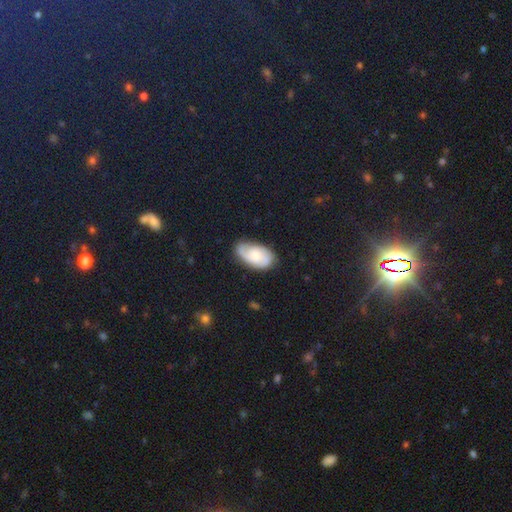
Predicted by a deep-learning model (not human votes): Smooth or featured?
  - featured or disk: 52% *
  - smooth: 41%
  - star or artifact: 7%
Edge-on disk?
  - no: 95% *
  - yes: 5%
Bar?
  - no: 68% *
  - weak: 28%
  - strong: 4%
Spiral arms?
  - yes: 88% *
  - no: 12%
Bulge size?
  - small: 43% *
  - moderate: 38%
  - large: 8%
  - none: 8%
  - dominant: 2%
Merging?
  - none: 66% *
  - minor disturbance: 24%
  - major disturbance: 8%
  - merger: 2%